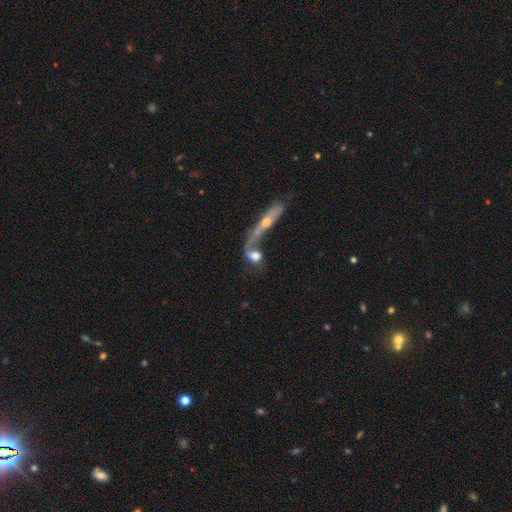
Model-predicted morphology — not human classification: Smooth or featured? Predicted: smooth (p=0.50). Merging? Predicted: merger (p=0.56).